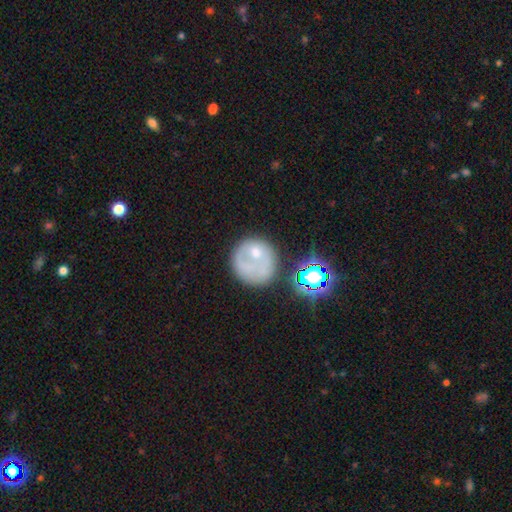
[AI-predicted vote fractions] Overall: smooth (53%; featured or disk 31%). How rounded: round (87%). Merging: none (54%; minor disturbance 21%).